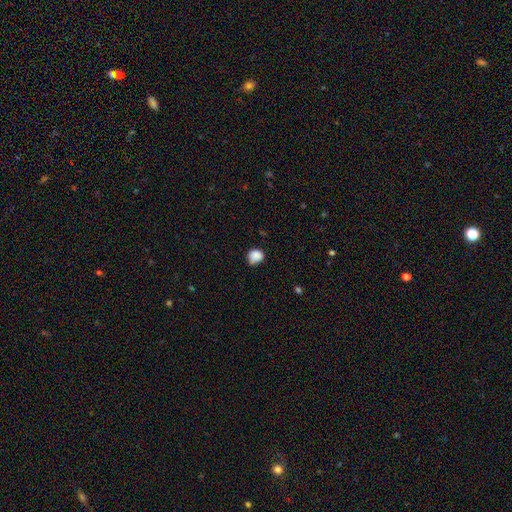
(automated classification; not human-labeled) Q: Smooth or featured?
A: smooth (86%); runner-up: star or artifact (9%)
Q: How rounded?
A: round (71%); runner-up: in between (28%)
Q: Merging?
A: none (62%); runner-up: minor disturbance (30%)